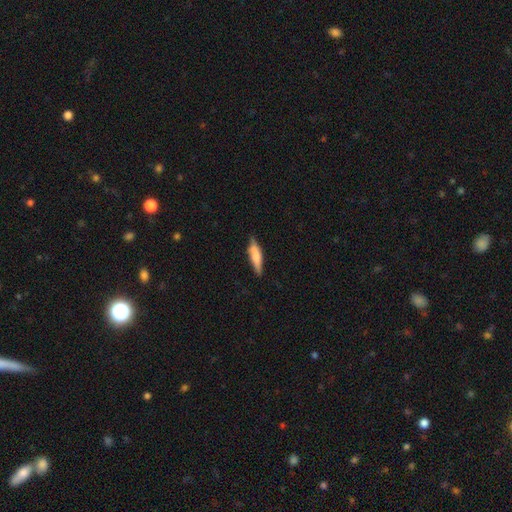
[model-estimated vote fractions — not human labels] A smooth galaxy with no disk features (68%) that is cigar-shaped (69%).

Vote fractions:
- Smooth or featured? smooth: 68% / featured or disk: 26% / star or artifact: 6%
- How rounded? cigar-shaped: 69% / in between: 29% / round: 2%
- Merging? none: 71% / minor disturbance: 23% / major disturbance: 4% / merger: 2%